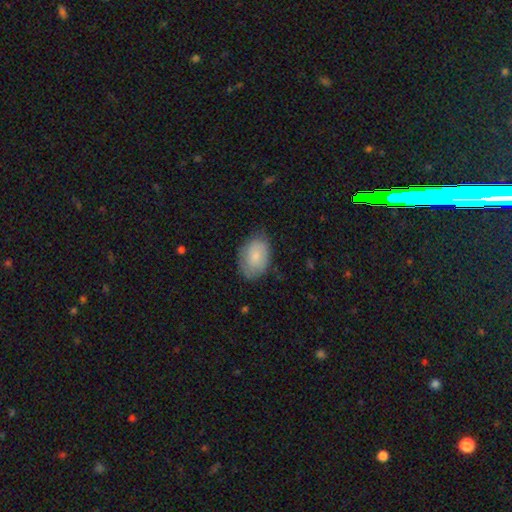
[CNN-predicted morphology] The model was most divided on "merging": none: 73%, minor disturbance: 22%, major disturbance: 5%, merger: 1%. More confident: how rounded — in between (85%); smooth or featured — smooth (78%).